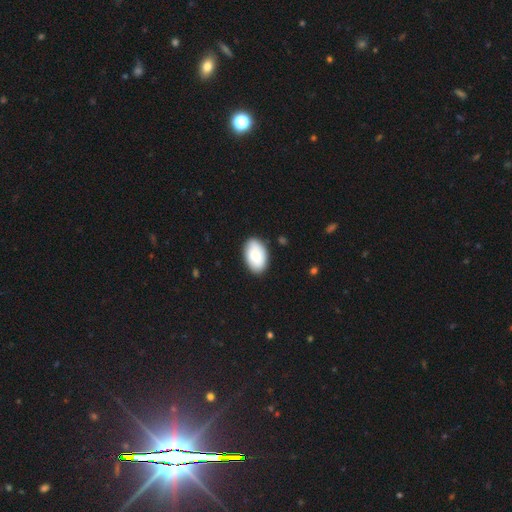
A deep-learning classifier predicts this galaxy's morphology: Smooth or featured?
  - smooth: 85% *
  - featured or disk: 9%
  - star or artifact: 6%
How rounded?
  - in between: 93% *
  - round: 6%
  - cigar-shaped: 1%
Merging?
  - none: 87% *
  - minor disturbance: 10%
  - major disturbance: 2%
  - merger: 1%